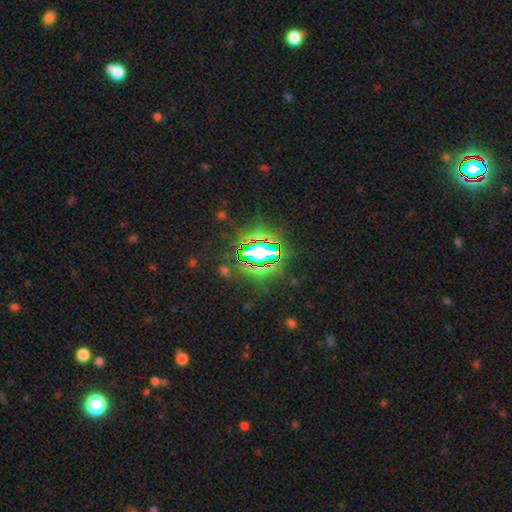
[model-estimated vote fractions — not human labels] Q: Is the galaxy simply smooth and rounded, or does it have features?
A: star or artifact — 76%.